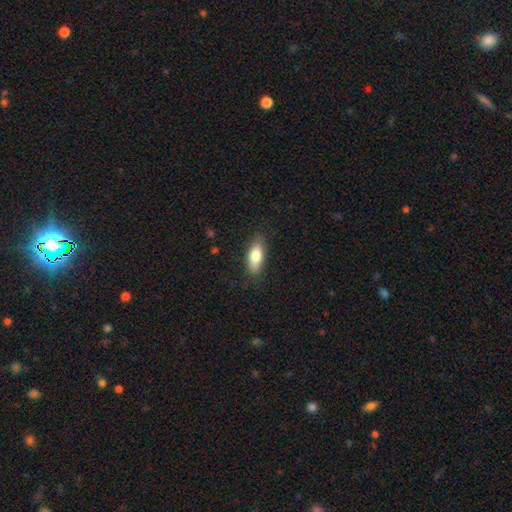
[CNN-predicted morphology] smooth_or_featured: smooth (p=0.78) [alt: featured or disk p=0.16]
how_rounded: in between (p=0.71) [alt: cigar-shaped p=0.27]
merging: none (p=0.83) [alt: minor disturbance p=0.13]